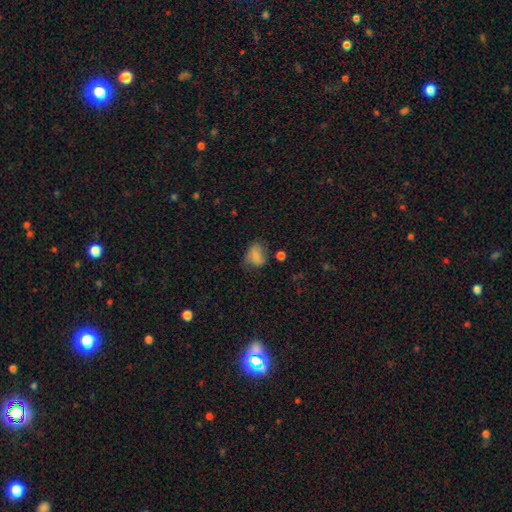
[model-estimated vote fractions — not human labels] A smooth galaxy with no disk features (73%) that is in between round and cigar-shaped (61%).

Vote fractions:
- Smooth or featured? smooth: 73% / featured or disk: 17% / star or artifact: 10%
- How rounded? in between: 61% / round: 38% / cigar-shaped: 1%
- Merging? none: 52% / minor disturbance: 31% / major disturbance: 13% / merger: 4%